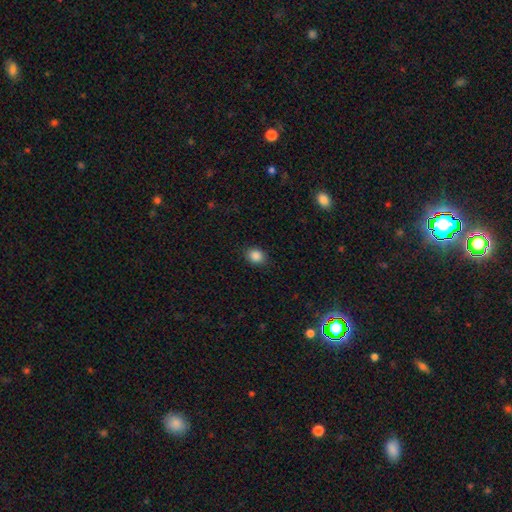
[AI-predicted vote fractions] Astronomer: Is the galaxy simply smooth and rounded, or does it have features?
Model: smooth — 87%.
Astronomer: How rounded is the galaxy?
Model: round — 52% (runner-up: in between, 47%).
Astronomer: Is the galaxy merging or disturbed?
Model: none — 88%.